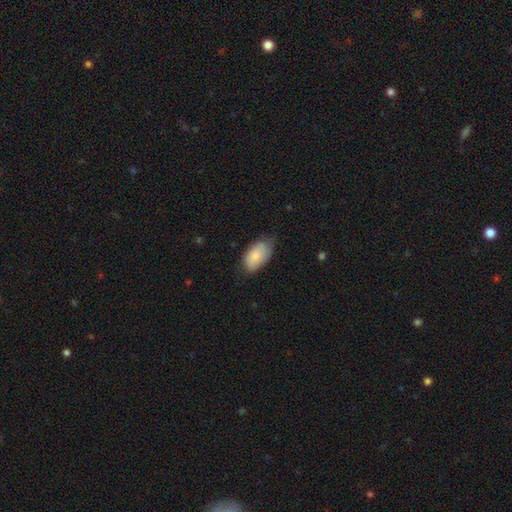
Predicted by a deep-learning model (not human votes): Smooth or featured: smooth — 81% (featured or disk — 13%)
How rounded: in between — 94% (round — 4%)
Merging: none — 62% (minor disturbance — 31%)